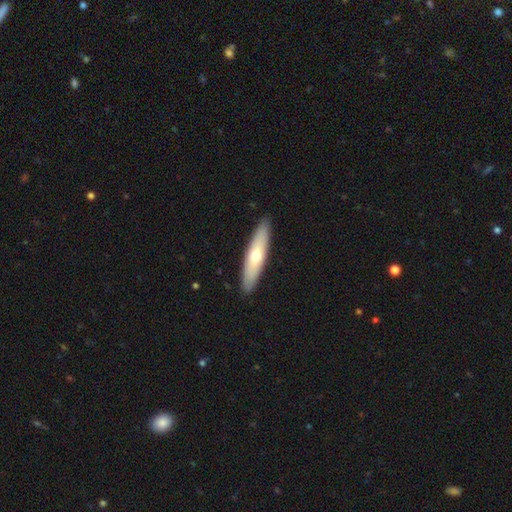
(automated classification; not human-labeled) Smooth or featured? Predicted: smooth (p=0.58). How rounded? Predicted: cigar-shaped (p=0.76). Merging? Predicted: none (p=0.91).